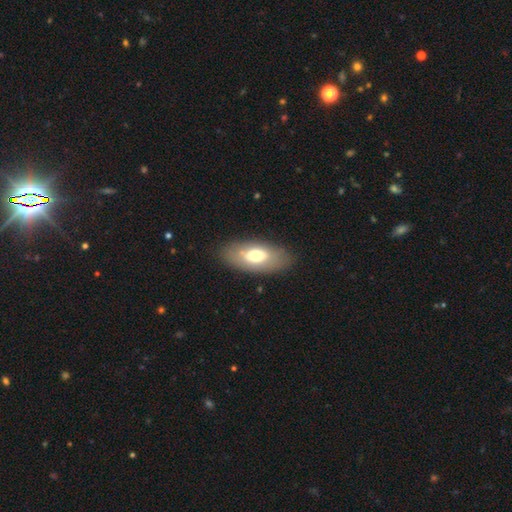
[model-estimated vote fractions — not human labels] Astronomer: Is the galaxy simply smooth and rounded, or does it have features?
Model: smooth — 64%.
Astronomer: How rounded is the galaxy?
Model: in between — 89%.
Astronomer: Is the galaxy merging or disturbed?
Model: none — 83%.